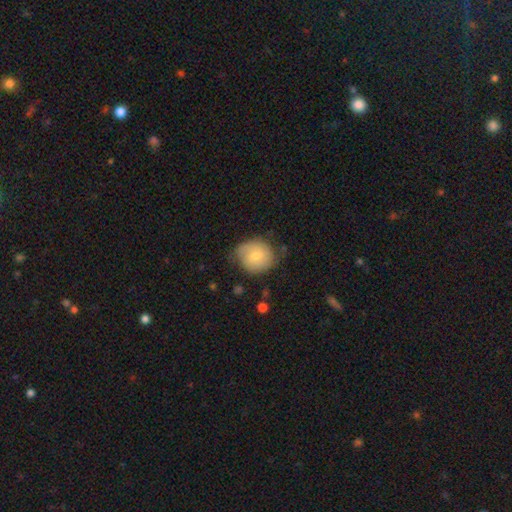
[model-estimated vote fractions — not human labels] A smooth galaxy with no disk features (62%) that is round (78%).

Vote fractions:
- Smooth or featured? smooth: 62% / featured or disk: 32% / star or artifact: 7%
- How rounded? round: 78% / in between: 21% / cigar-shaped: 1%
- Merging? none: 62% / minor disturbance: 28% / major disturbance: 7% / merger: 2%